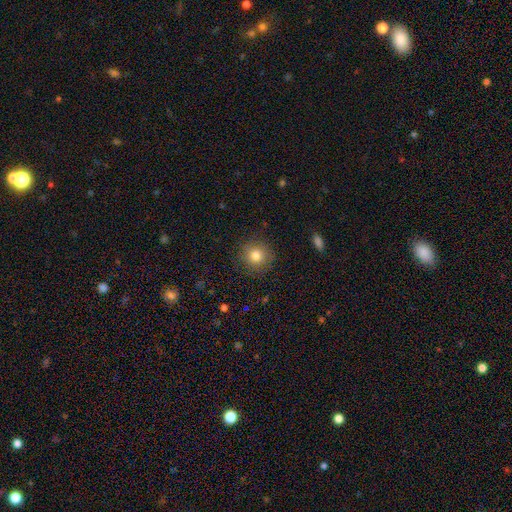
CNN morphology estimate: A smooth galaxy with no disk features (81%) that is round (92%). Merging: none (87%).